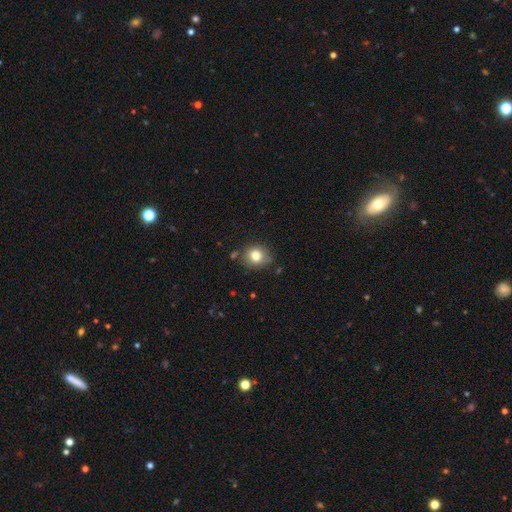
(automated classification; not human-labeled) Smooth or featured?
  - smooth: 81% *
  - star or artifact: 11%
  - featured or disk: 9%
How rounded?
  - round: 76% *
  - in between: 23%
  - cigar-shaped: 1%
Merging?
  - none: 79% *
  - minor disturbance: 14%
  - merger: 4%
  - major disturbance: 3%